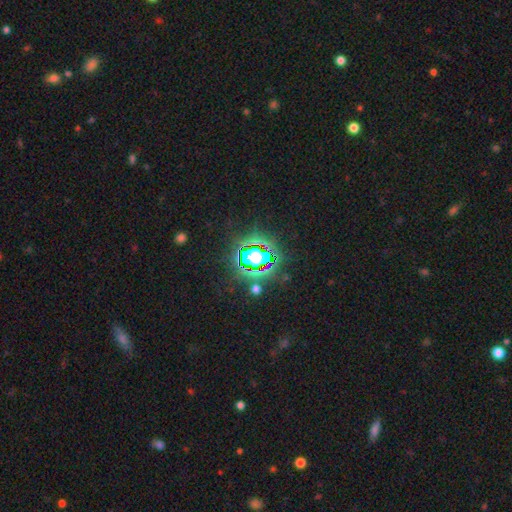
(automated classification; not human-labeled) A star or artifact, not a galaxy (81%).